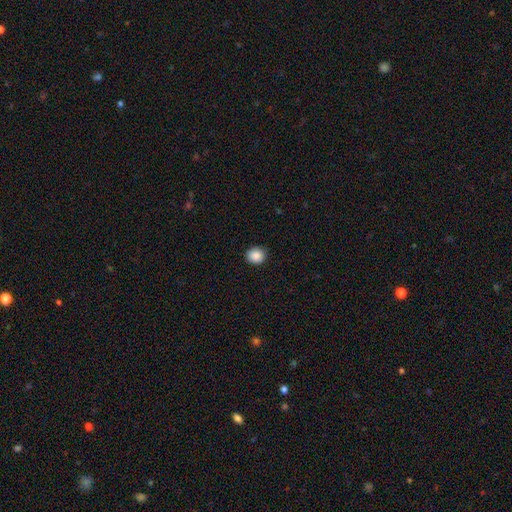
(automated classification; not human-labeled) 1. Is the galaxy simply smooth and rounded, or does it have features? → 88% smooth, 9% star or artifact, 3% featured or disk.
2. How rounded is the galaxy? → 84% round, 15% in between, 1% cigar-shaped.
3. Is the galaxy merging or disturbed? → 90% none, 7% minor disturbance, 2% major disturbance, 1% merger.